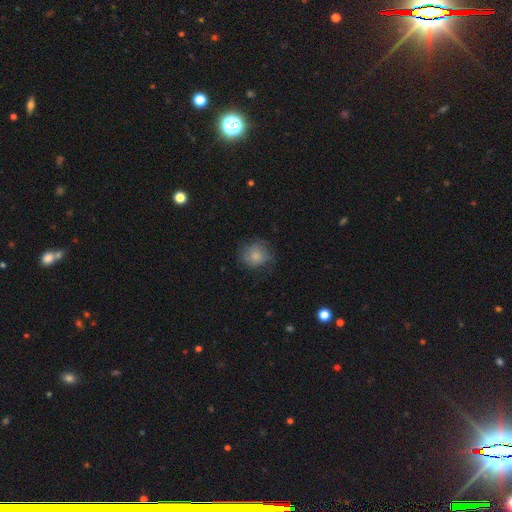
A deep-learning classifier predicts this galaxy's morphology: Smooth or featured? Predicted: smooth (p=0.76). How rounded? Predicted: round (p=0.83). Merging? Predicted: none (p=0.68).